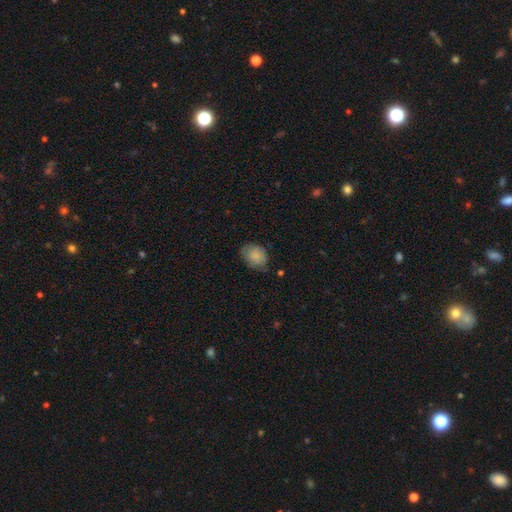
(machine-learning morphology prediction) Smooth or featured?
  - smooth: 78% *
  - featured or disk: 14%
  - star or artifact: 8%
How rounded?
  - in between: 56% *
  - round: 43%
  - cigar-shaped: 1%
Merging?
  - none: 66% *
  - minor disturbance: 26%
  - major disturbance: 6%
  - merger: 2%